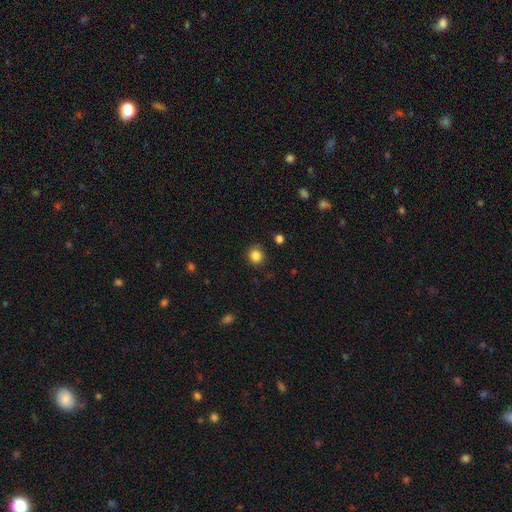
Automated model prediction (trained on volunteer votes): smooth 85%, star or artifact 11%, featured or disk 4%. Down the decision tree: how rounded — round (86%); merging — none (89%).